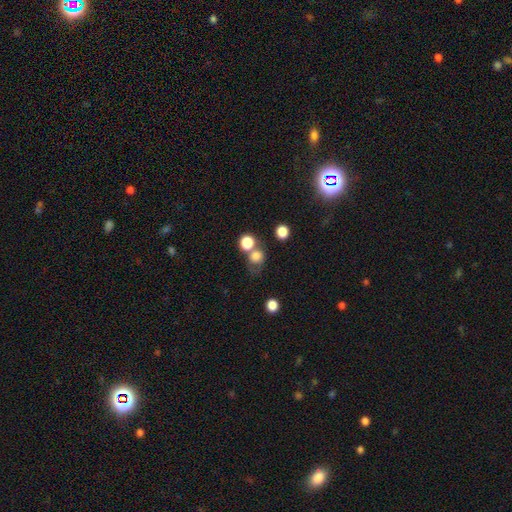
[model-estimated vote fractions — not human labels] A smooth galaxy with no disk features (77%) that is round (76%). Merging: none (46%).